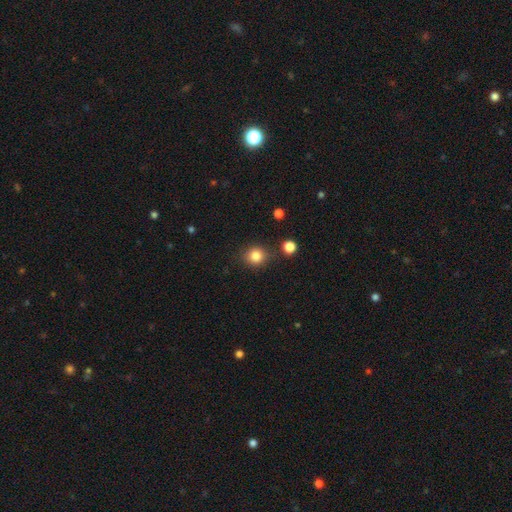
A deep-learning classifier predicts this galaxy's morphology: Q: Smooth or featured?
A: smooth (83%); runner-up: star or artifact (12%)
Q: How rounded?
A: round (83%); runner-up: in between (16%)
Q: Merging?
A: none (81%); runner-up: minor disturbance (11%)